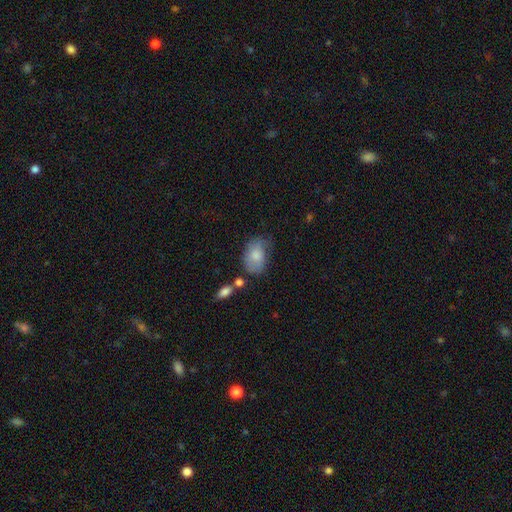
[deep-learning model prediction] A smooth galaxy with no disk features (77%) that is in between round and cigar-shaped (85%). Merging: none (44%).